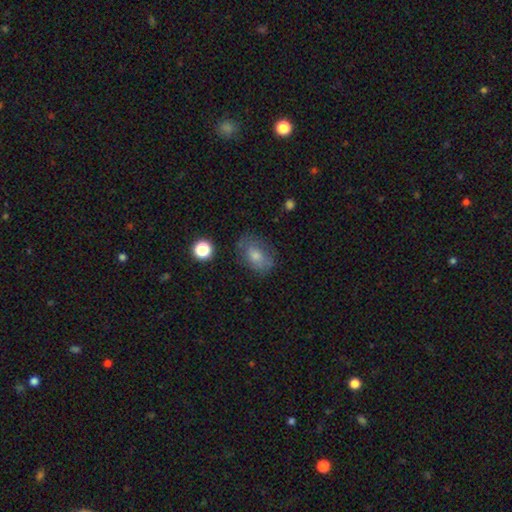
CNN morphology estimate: Smooth or featured: smooth — 59% (featured or disk — 28%)
How rounded: in between — 78% (round — 20%)
Merging: none — 71% (minor disturbance — 20%)